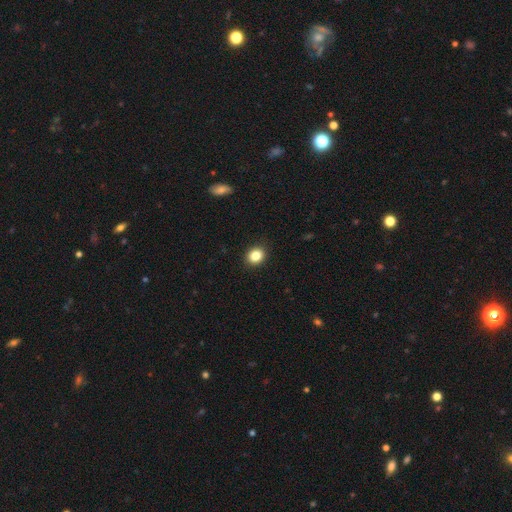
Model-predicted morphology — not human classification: Smooth or featured?
  - smooth: 84% *
  - star or artifact: 10%
  - featured or disk: 5%
How rounded?
  - round: 70% *
  - in between: 29%
  - cigar-shaped: 1%
Merging?
  - none: 91% *
  - minor disturbance: 6%
  - major disturbance: 2%
  - merger: 1%